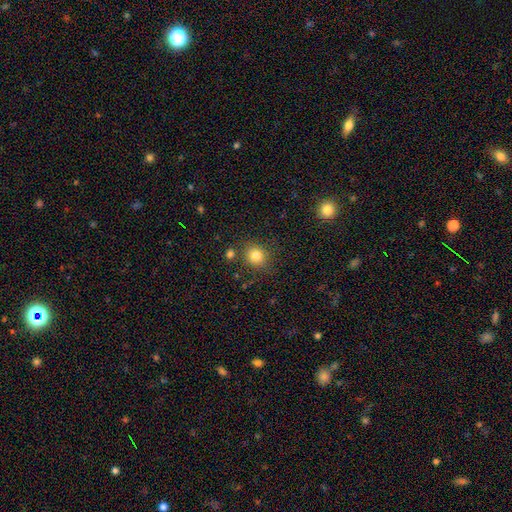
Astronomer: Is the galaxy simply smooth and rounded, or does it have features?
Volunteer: smooth — 90%.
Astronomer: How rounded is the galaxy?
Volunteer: round — 80%.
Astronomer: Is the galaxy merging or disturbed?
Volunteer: none — 78%.